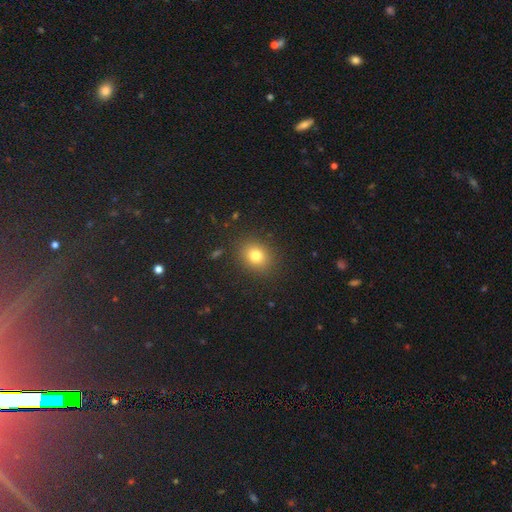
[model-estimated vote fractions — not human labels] Smooth or featured? Predicted: smooth (p=0.78). How rounded? Predicted: round (p=0.60). Merging? Predicted: none (p=0.88).